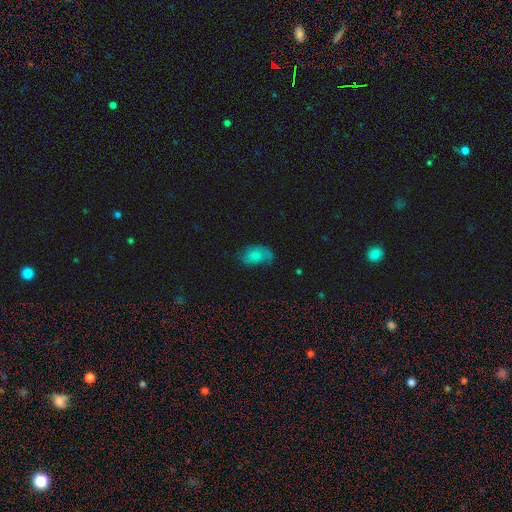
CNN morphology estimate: Smooth or featured? smooth (58%)
How rounded? in between (88%)
Merging? none (47%)